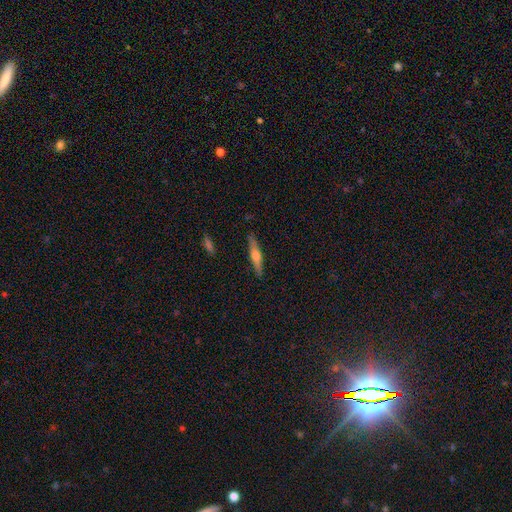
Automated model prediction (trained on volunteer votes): This appears to be a featured or disk galaxy (59%) viewed edge-on (96%) with a rounded central bulge (88%). Merging: none (89%).